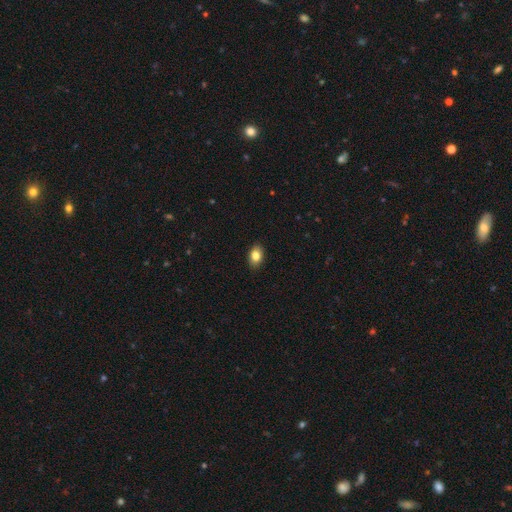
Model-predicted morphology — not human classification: smooth 84%, star or artifact 8%, featured or disk 8%. Down the decision tree: how rounded — in between (82%); merging — none (89%).